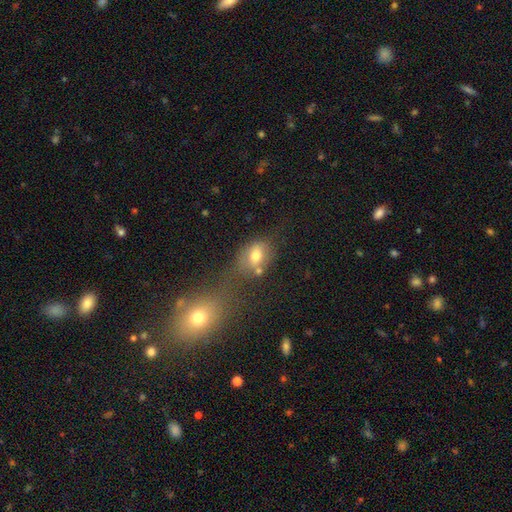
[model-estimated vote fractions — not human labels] smooth 69%, featured or disk 18%, star or artifact 13%. Down the decision tree: how rounded — in between (66%); merging — none (42%).